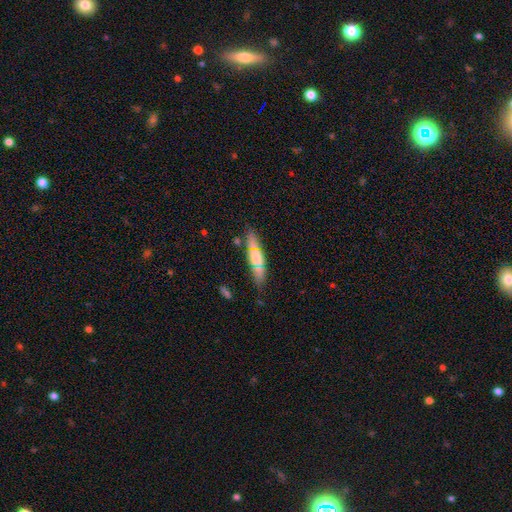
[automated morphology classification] Smooth or featured? featured or disk (48%)
Merging? none (75%)